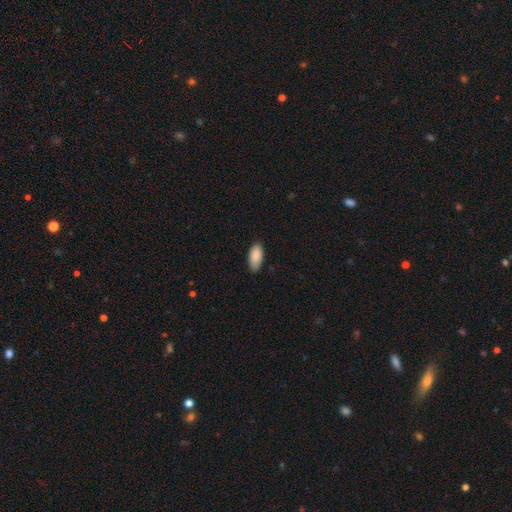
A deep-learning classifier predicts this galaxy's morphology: Smooth or featured? smooth (89%)
How rounded? in between (90%)
Merging? none (84%)